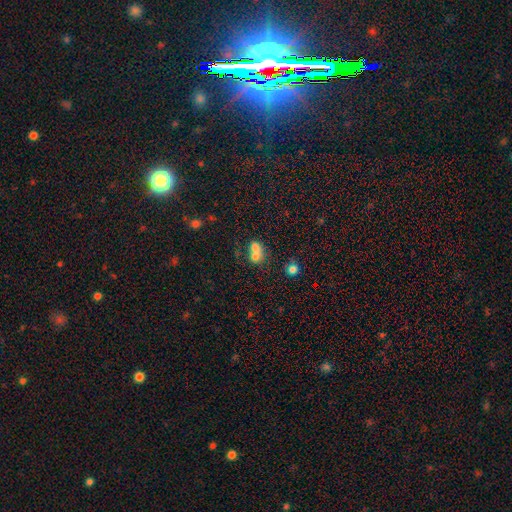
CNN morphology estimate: Smooth or featured: smooth — 69% (featured or disk — 18%)
How rounded: round — 50% (in between — 49%)
Merging: merger — 67% (none — 22%)